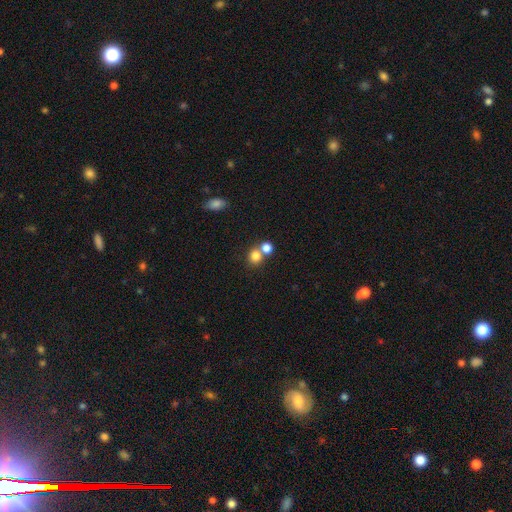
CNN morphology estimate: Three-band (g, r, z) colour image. It shows a smooth galaxy with no disk features (80%) that is round (81%). Merging: none (50%).